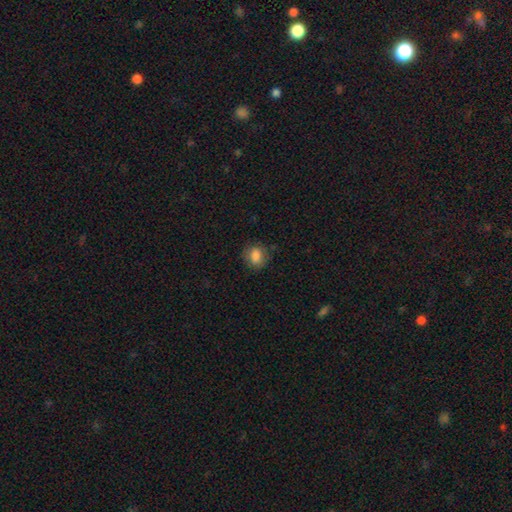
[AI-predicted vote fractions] Smooth or featured?
  - smooth: 84% *
  - star or artifact: 9%
  - featured or disk: 7%
How rounded?
  - round: 51% *
  - in between: 48%
  - cigar-shaped: 1%
Merging?
  - none: 78% *
  - minor disturbance: 16%
  - major disturbance: 5%
  - merger: 1%